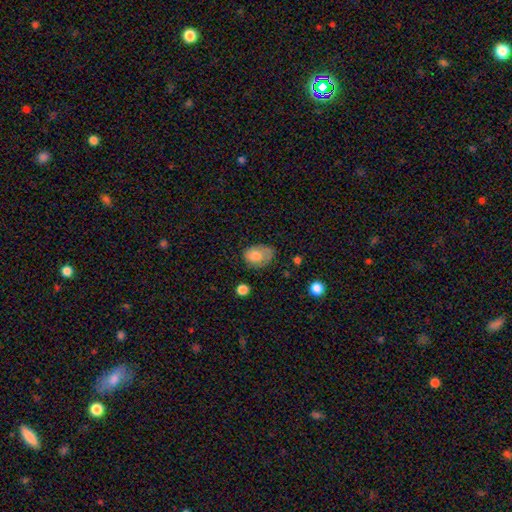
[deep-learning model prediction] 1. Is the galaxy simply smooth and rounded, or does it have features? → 76% smooth, 16% featured or disk, 8% star or artifact.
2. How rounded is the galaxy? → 73% in between, 26% round, 1% cigar-shaped.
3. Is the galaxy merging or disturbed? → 46% none, 35% minor disturbance, 16% major disturbance, 3% merger.